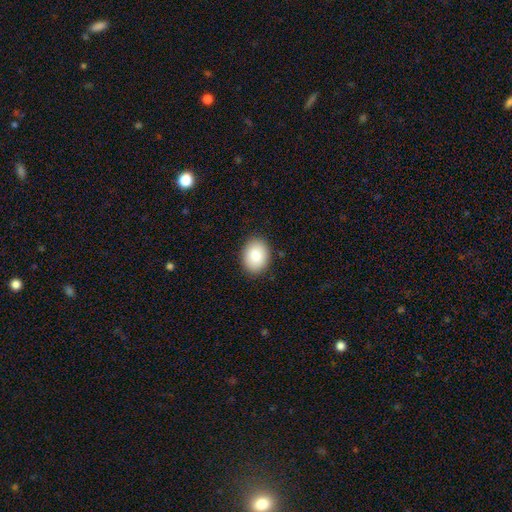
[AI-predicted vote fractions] Q: Smooth or featured?
A: smooth (87%); runner-up: star or artifact (7%)
Q: How rounded?
A: in between (67%); runner-up: round (33%)
Q: Merging?
A: none (88%); runner-up: minor disturbance (9%)